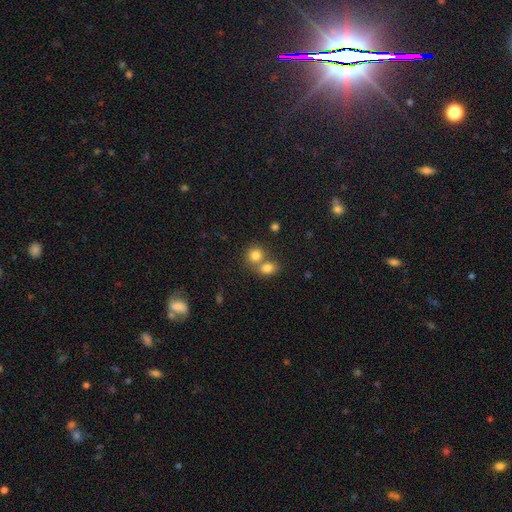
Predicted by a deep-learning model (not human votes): smooth_or_featured: smooth (p=0.80) [alt: star or artifact p=0.11]
how_rounded: round (p=0.77) [alt: in between p=0.22]
merging: merger (p=0.51) [alt: none p=0.40]